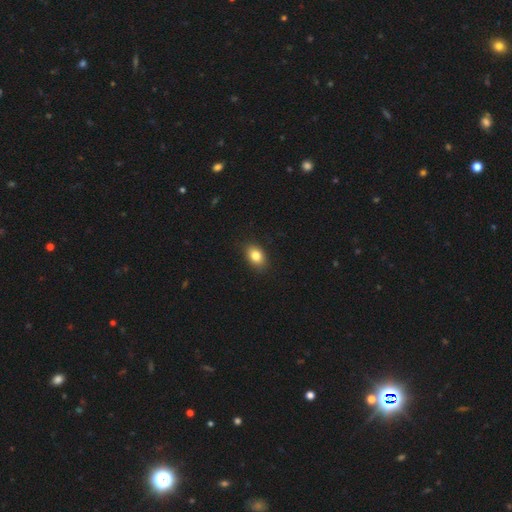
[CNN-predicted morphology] A smooth galaxy with no disk features (84%) that is in between round and cigar-shaped (80%).

Vote fractions:
- Smooth or featured? smooth: 84% / star or artifact: 9% / featured or disk: 7%
- How rounded? in between: 80% / round: 19% / cigar-shaped: 1%
- Merging? none: 87% / minor disturbance: 10% / major disturbance: 2% / merger: 1%